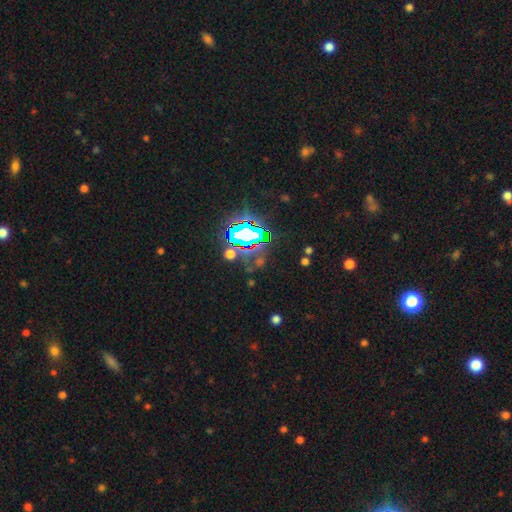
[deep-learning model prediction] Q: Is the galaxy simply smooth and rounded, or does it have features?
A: star or artifact — 79%.